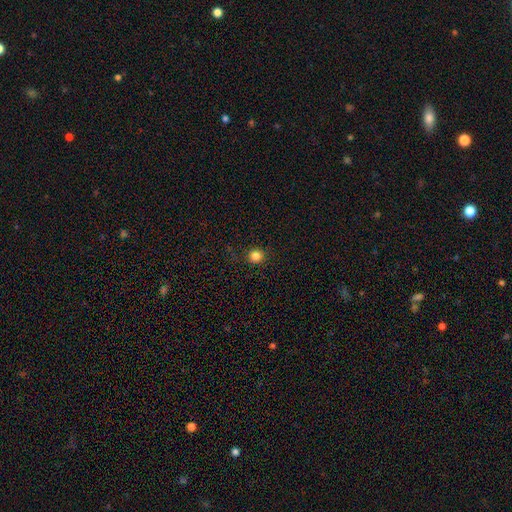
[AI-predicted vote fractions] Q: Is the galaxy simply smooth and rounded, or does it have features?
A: smooth — 83%.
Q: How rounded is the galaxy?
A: round — 93%.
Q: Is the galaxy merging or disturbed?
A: none — 90%.